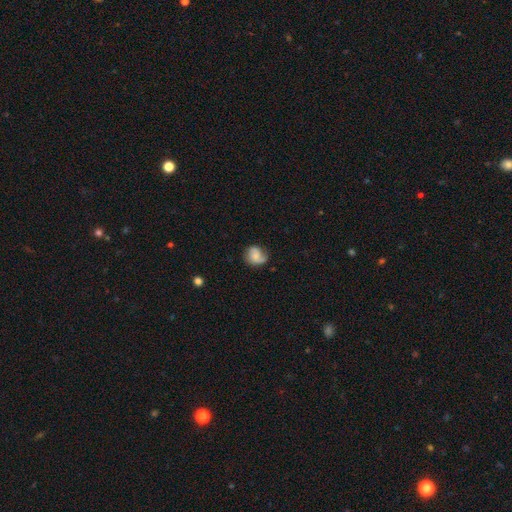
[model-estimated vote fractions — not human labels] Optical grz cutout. It shows a smooth galaxy with no disk features (51%) that is round (67%). Merging: none (55%).